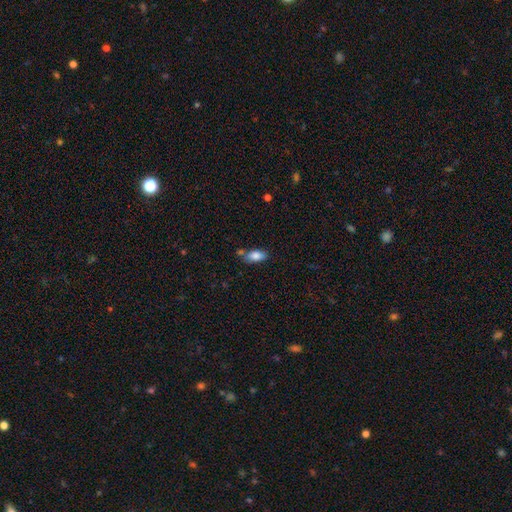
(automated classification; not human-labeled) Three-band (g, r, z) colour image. It shows a smooth galaxy with no disk features (82%) that is in between round and cigar-shaped (88%). Merging: none (67%).